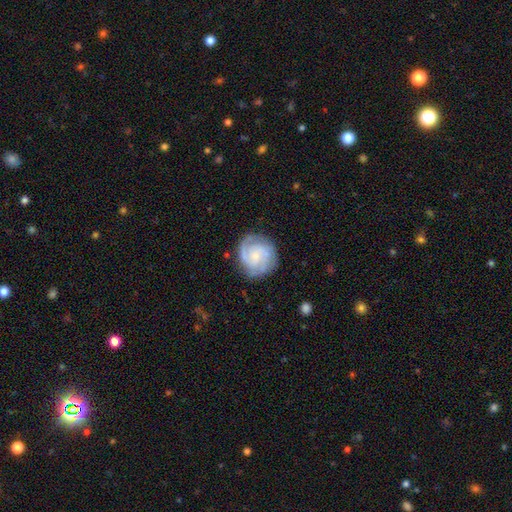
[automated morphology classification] This is clearly a featured or disk galaxy (82%). It is clearly not viewed edge-on (98%). Bar: likely no (66%). Spiral arm pattern: clearly yes (97%). Spiral arm count: marginally 2 (38%). Spiral winding: possibly tight (55%). Central bulge: likely small (66%). Merging: clearly none (80%).